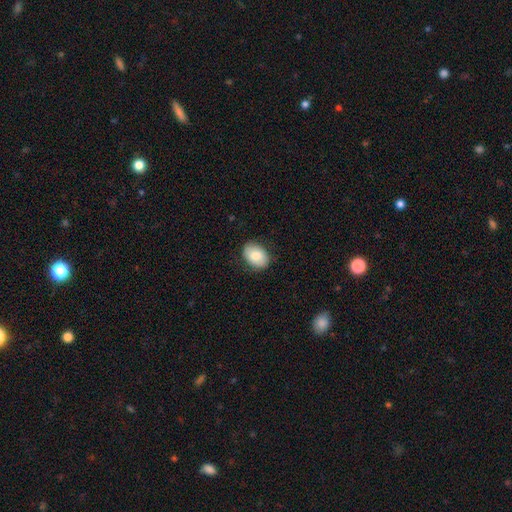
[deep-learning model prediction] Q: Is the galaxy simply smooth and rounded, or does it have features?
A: smooth — 80%.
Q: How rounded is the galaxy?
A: in between — 76%.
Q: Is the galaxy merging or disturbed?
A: none — 84%.